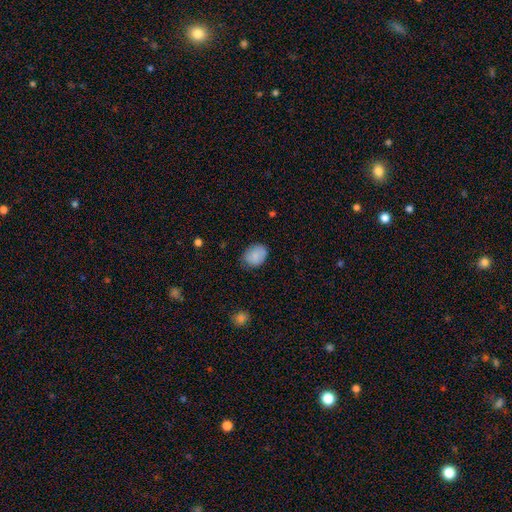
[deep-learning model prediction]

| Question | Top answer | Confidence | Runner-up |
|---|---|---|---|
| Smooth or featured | smooth | 84% | featured or disk (8%) |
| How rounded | in between | 59% | round (40%) |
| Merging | none | 72% | minor disturbance (23%) |